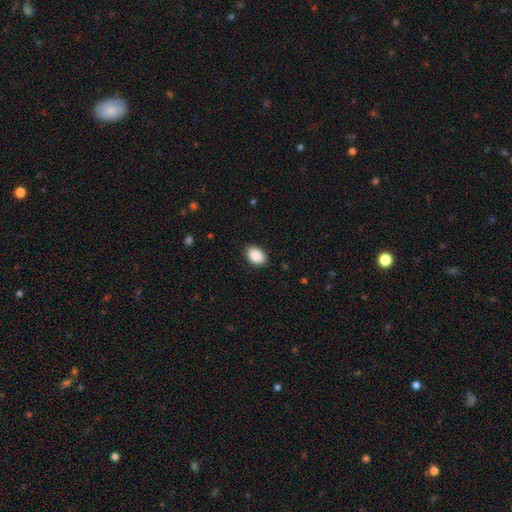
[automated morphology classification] smooth-or-featured: smooth: 90% | star or artifact: 7% | featured or disk: 3%
  how-rounded: in between: 85% | round: 14% | cigar-shaped: 1%
  merging: none: 85% | minor disturbance: 11% | major disturbance: 2% | merger: 1%